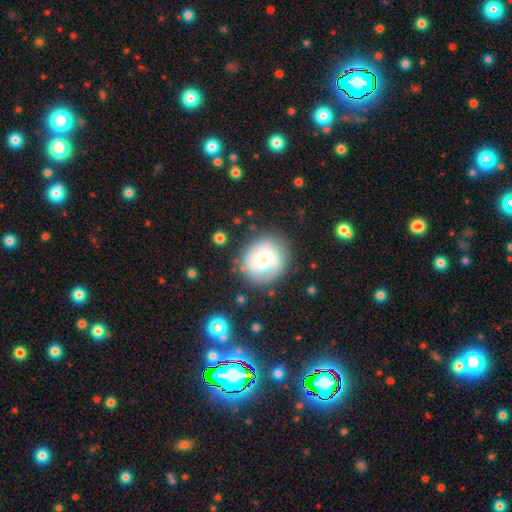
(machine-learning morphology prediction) Smooth or featured? Predicted: featured or disk (p=0.63). Edge-on disk? Predicted: no (p=0.98). Bar? Predicted: no (p=0.61). Spiral arms? Predicted: yes (p=0.89). Spiral winding? Predicted: medium (p=0.44). Spiral arm count? Predicted: 2 (p=0.65). Bulge size? Predicted: moderate (p=0.46). Merging? Predicted: none (p=0.77).